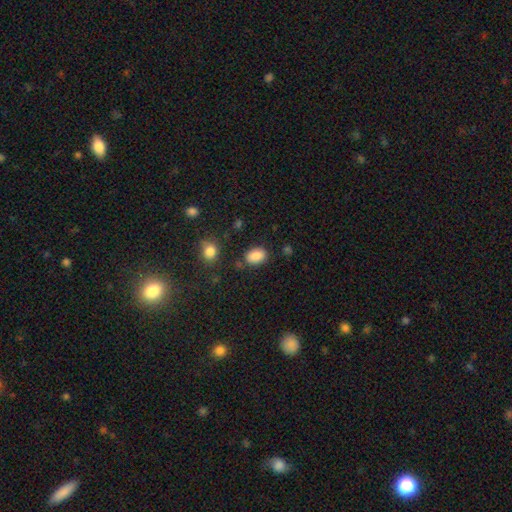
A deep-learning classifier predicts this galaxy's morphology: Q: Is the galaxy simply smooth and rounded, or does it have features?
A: smooth — 87%.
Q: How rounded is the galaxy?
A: in between — 82%.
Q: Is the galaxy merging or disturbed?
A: none — 79%.